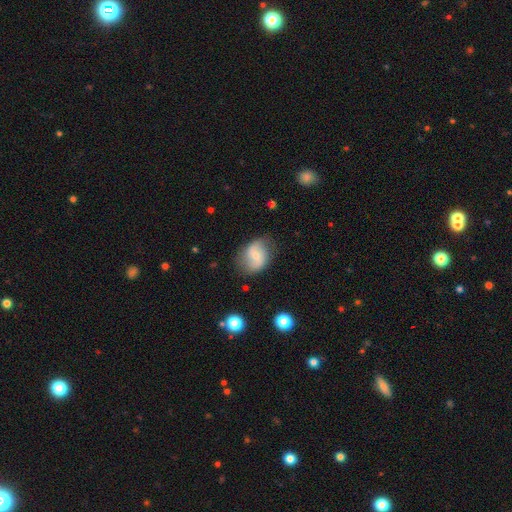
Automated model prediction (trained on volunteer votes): A featured or disk galaxy (52%).

Vote fractions:
- Smooth or featured? featured or disk: 52% / smooth: 41% / star or artifact: 8%
- Edge-on disk? no: 97% / yes: 3%
- Merging? none: 69% / minor disturbance: 22% / major disturbance: 7% / merger: 2%